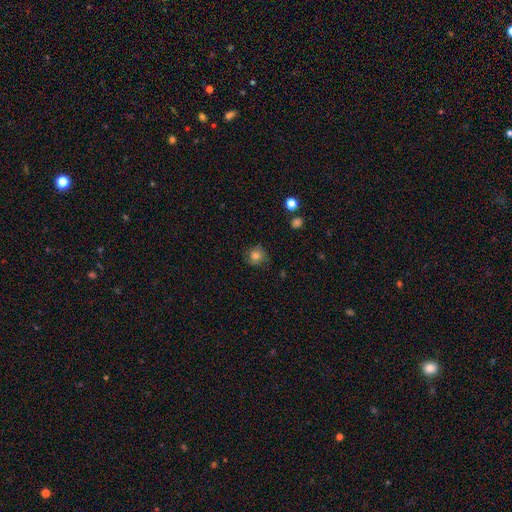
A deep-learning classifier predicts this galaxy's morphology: type=smooth (76%); roundness=round (88%); merging=none (76%).